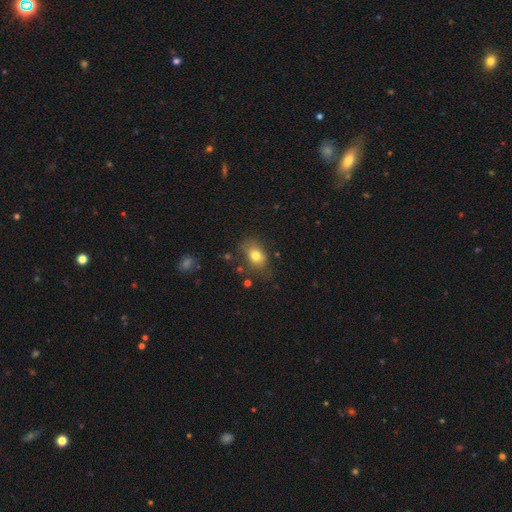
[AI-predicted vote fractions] smooth_or_featured: smooth (p=0.77) [alt: featured or disk p=0.13]
how_rounded: in between (p=0.72) [alt: round p=0.27]
merging: none (p=0.66) [alt: minor disturbance p=0.23]